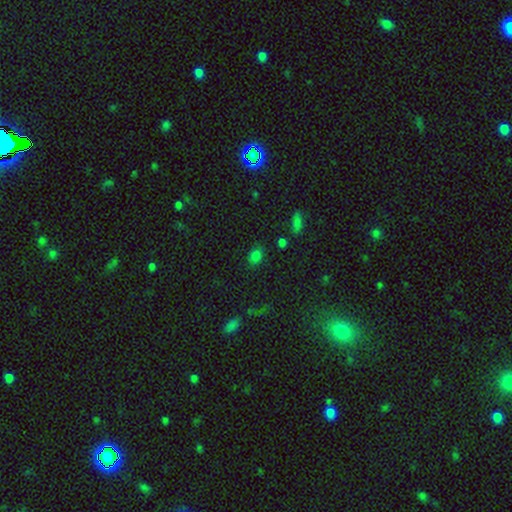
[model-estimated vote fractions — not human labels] Morphology: type=smooth (75%); roundness=in between (59%); merging=none (80%).